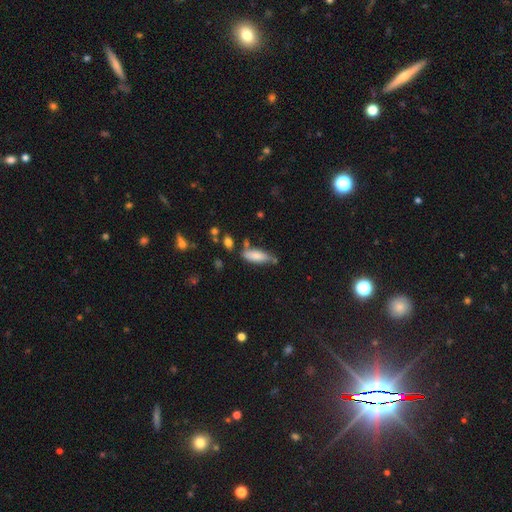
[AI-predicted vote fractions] This appears to be a smooth galaxy with no disk features (80%) that is in between round and cigar-shaped (64%). Merging: none (60%).